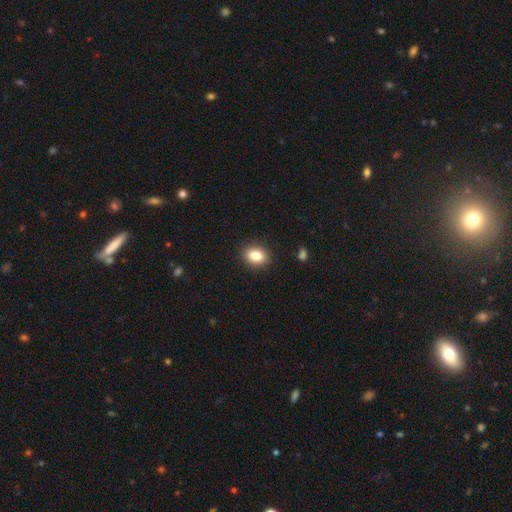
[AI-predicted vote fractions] Morphology: type=smooth (82%); roundness=in between (59%); merging=none (89%).